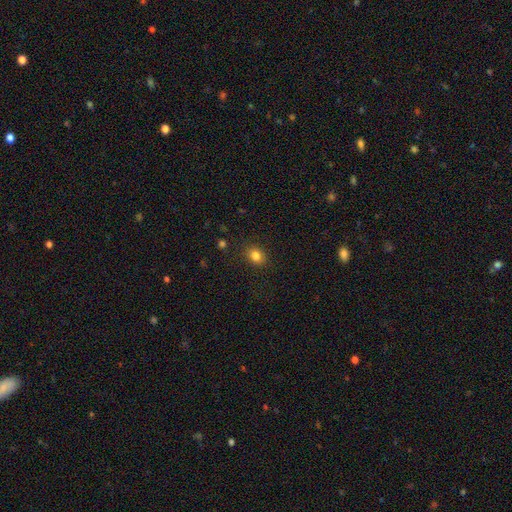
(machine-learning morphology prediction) Overall: smooth (83%). How rounded: in between (55%; round 44%). Merging: none (87%).